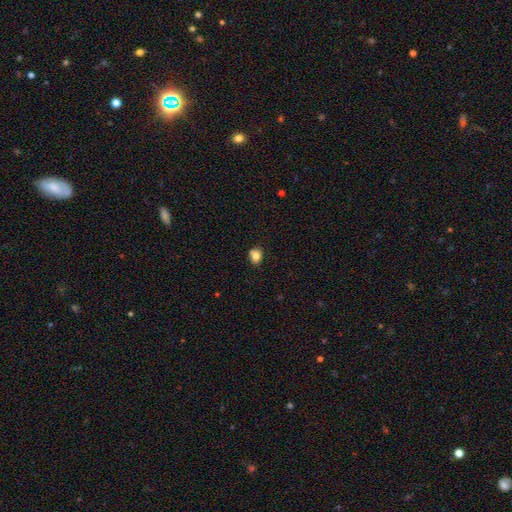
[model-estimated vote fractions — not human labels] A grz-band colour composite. It shows a smooth galaxy with no disk features (79%) that is round (61%). Merging: none (64%).